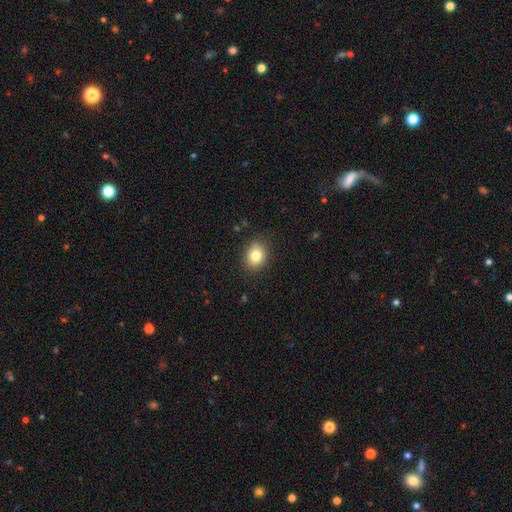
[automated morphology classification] The model was most divided on "how rounded": round: 58%, in between: 41%, cigar-shaped: 1%. More confident: merging — none (86%); smooth or featured — smooth (81%).